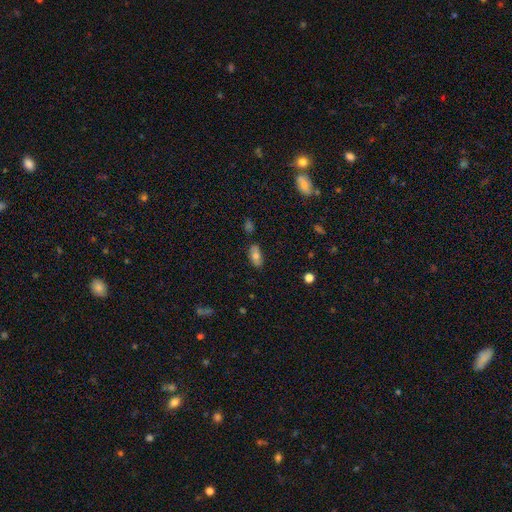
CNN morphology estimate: This is likely a smooth galaxy (72%). How rounded: clearly in between (89%). Merging: clearly none (82%).